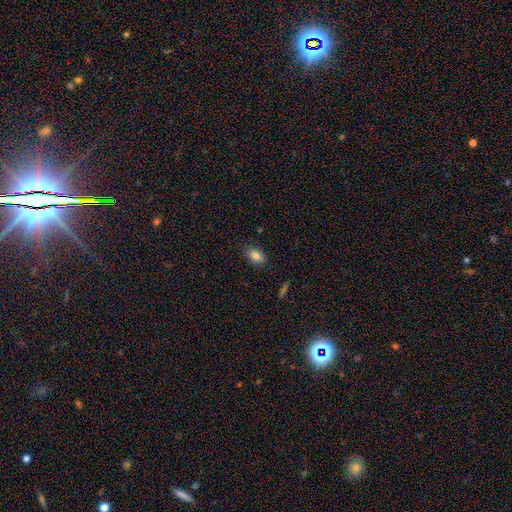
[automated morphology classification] Smooth or featured? smooth (84%)
How rounded? in between (82%)
Merging? none (83%)